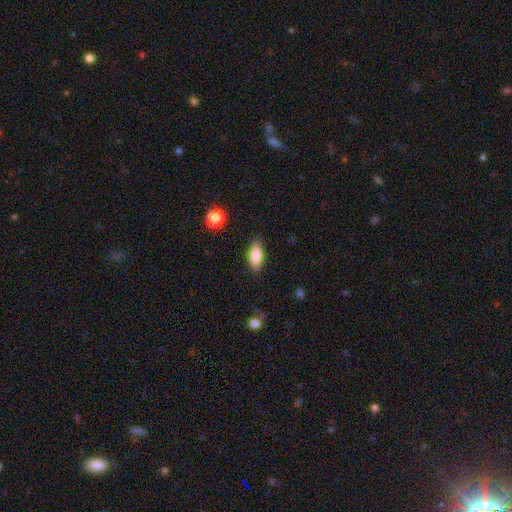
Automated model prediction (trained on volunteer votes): The model was most divided on "how rounded": in between: 83%, cigar-shaped: 13%, round: 4%. More confident: merging — none (85%); smooth or featured — smooth (82%).